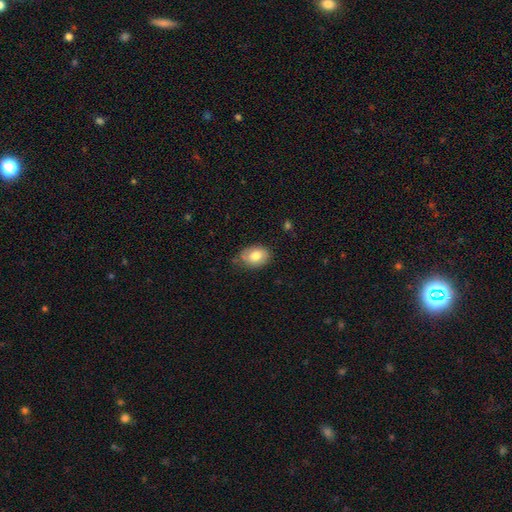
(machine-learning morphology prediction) Smooth or featured?
  - smooth: 77% *
  - featured or disk: 15%
  - star or artifact: 7%
How rounded?
  - in between: 75% *
  - round: 24%
  - cigar-shaped: 1%
Merging?
  - none: 70% *
  - minor disturbance: 24%
  - major disturbance: 4%
  - merger: 2%